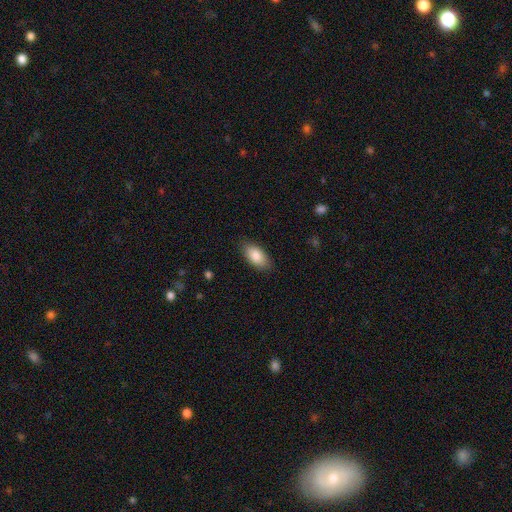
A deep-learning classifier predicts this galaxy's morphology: Smooth or featured?
  - smooth: 86% *
  - featured or disk: 8%
  - star or artifact: 6%
How rounded?
  - in between: 92% *
  - cigar-shaped: 5%
  - round: 3%
Merging?
  - none: 85% *
  - minor disturbance: 12%
  - major disturbance: 3%
  - merger: 1%